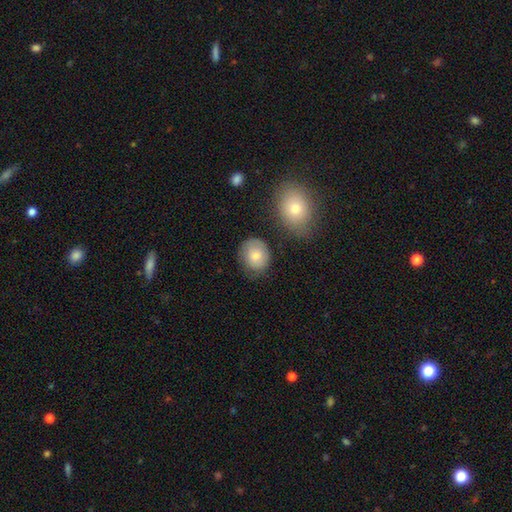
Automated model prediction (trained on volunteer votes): smooth-or-featured: smooth: 79% | featured or disk: 14% | star or artifact: 7%
  how-rounded: round: 66% | in between: 33% | cigar-shaped: 1%
  merging: none: 69% | minor disturbance: 19% | merger: 6% | major disturbance: 5%